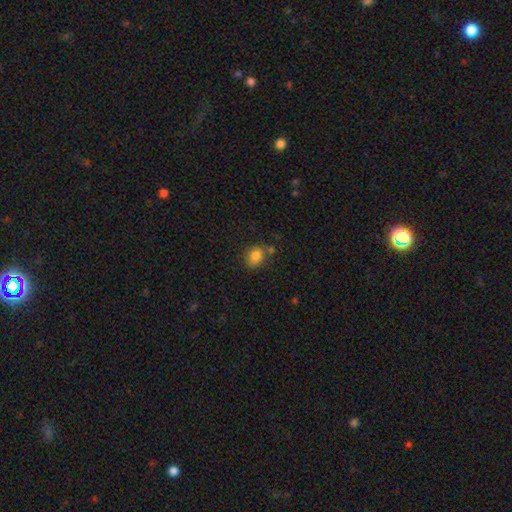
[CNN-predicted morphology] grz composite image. It shows a smooth galaxy with no disk features (83%) that is round (55%). Merging: none (70%).